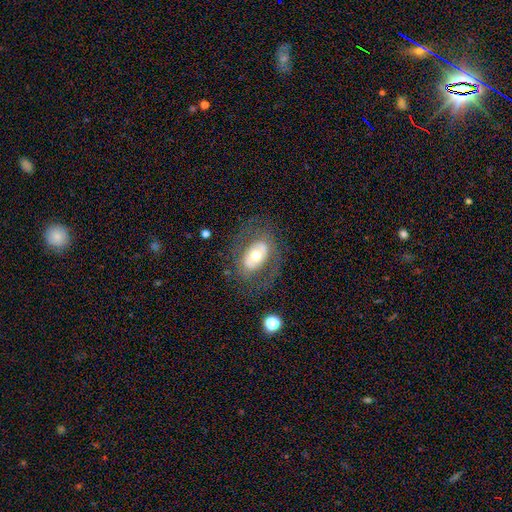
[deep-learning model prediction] The model was most divided on "smooth or featured": featured or disk: 51%, smooth: 42%, star or artifact: 7%. More confident: edge-on disk — no (91%); merging — none (72%).